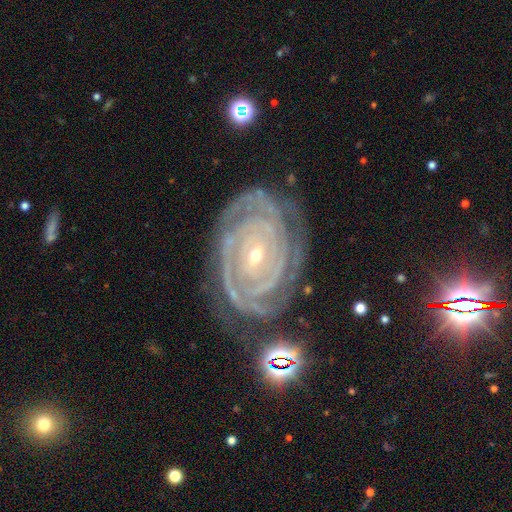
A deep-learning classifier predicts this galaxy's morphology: featured or disk 91%, star or artifact 5%, smooth 4%. Down the decision tree: edge-on disk — no (96%); bar — no (59%); spiral arms — yes (98%); spiral arm count — 2 (35%); spiral winding — tight (86%); bulge size — small (71%); merging — none (70%).